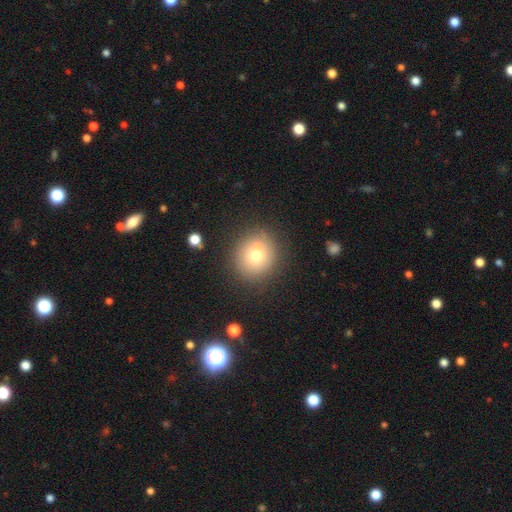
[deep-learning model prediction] Smooth or featured? Predicted: smooth (p=0.69). How rounded? Predicted: round (p=0.88). Merging? Predicted: none (p=0.63).